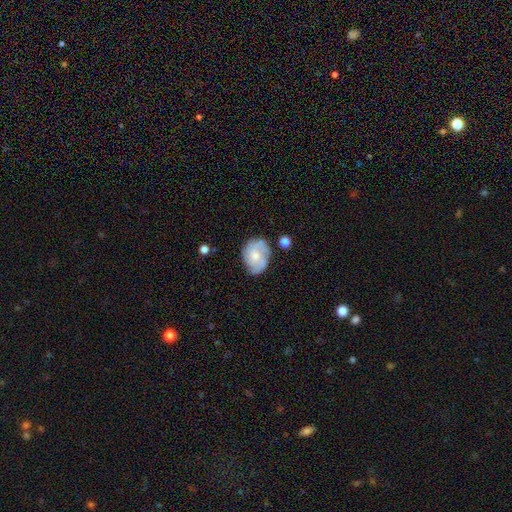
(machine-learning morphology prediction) A featured or disk galaxy (55%) with no bar (77%), spiral arms (79%) and a moderate central bulge (50%).

Vote fractions:
- Smooth or featured? featured or disk: 55% / smooth: 38% / star or artifact: 7%
- Edge-on disk? no: 97% / yes: 3%
- Bar? no: 77% / weak: 20% / strong: 3%
- Spiral arms? yes: 79% / no: 21%
- Bulge size? moderate: 50% / small: 35% / none: 7% / large: 6% / dominant: 2%
- Merging? none: 64% / minor disturbance: 24% / major disturbance: 8% / merger: 4%